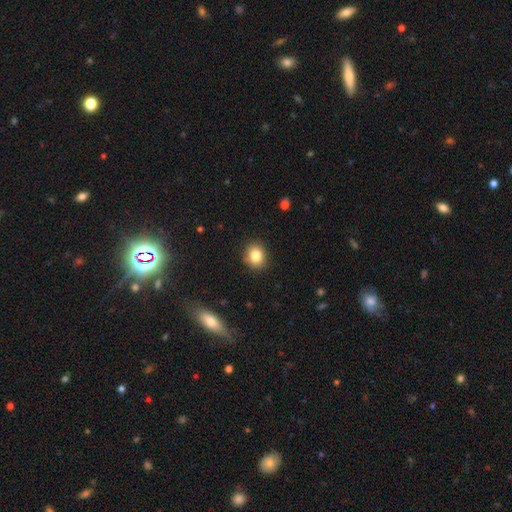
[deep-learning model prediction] smooth-or-featured: smooth: 83% | star or artifact: 10% | featured or disk: 7%
  how-rounded: round: 74% | in between: 25% | cigar-shaped: 1%
  merging: none: 88% | minor disturbance: 9% | major disturbance: 2% | merger: 1%